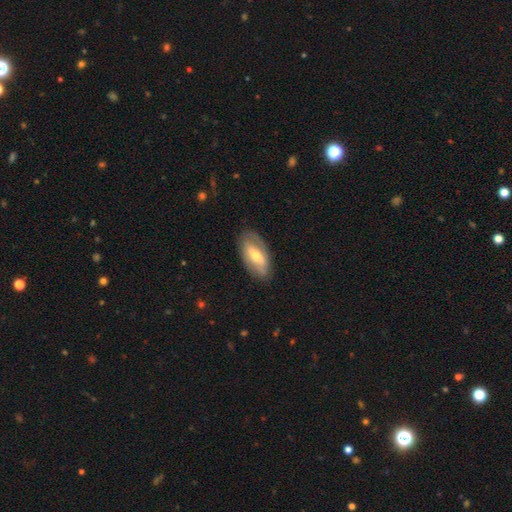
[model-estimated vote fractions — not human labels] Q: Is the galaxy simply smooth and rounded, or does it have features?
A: featured or disk — 58%.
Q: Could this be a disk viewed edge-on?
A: no — 86%.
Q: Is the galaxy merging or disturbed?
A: none — 80%.